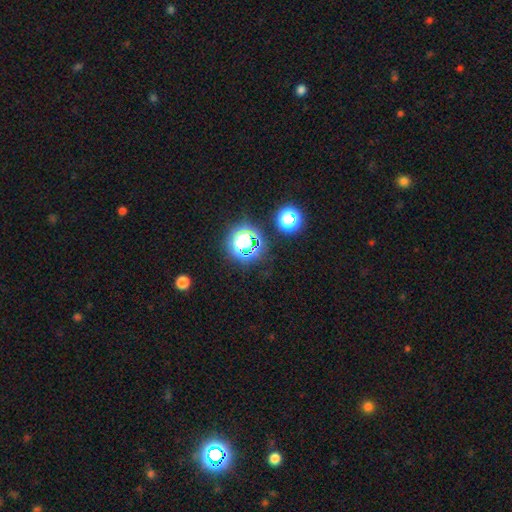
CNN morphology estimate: This appears to be a star or artifact, not a galaxy (70%).